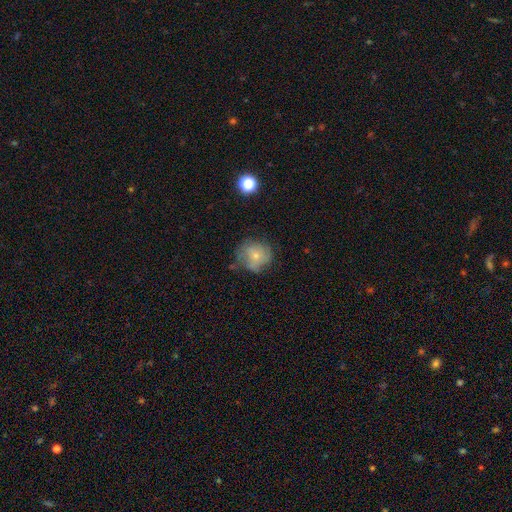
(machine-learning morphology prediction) This is possibly a smooth galaxy (59%). How rounded: clearly round (85%). Merging: possibly none (55%).